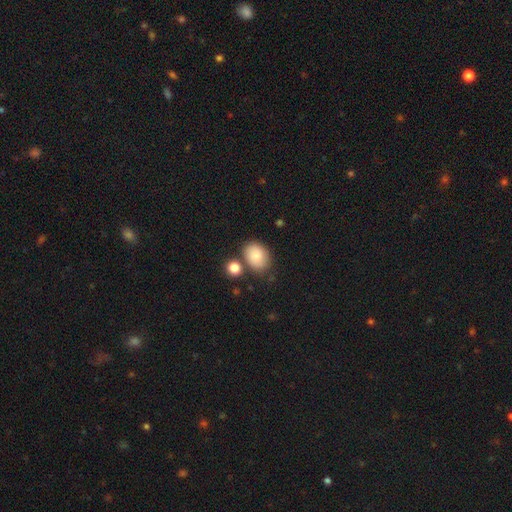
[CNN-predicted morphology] type=smooth (82%); roundness=in between (65%); merging=none (65%).